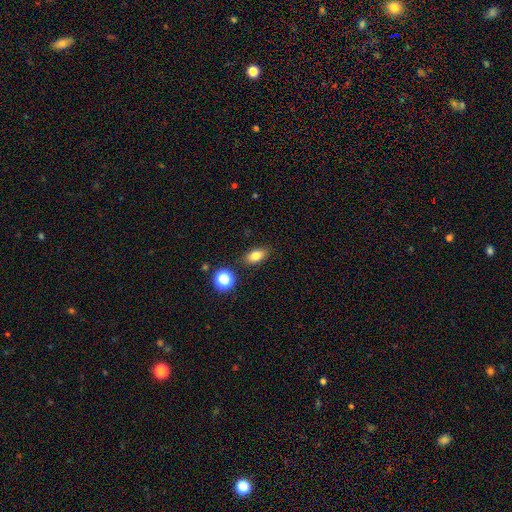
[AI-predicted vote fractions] Smooth or featured? Predicted: smooth (p=0.79). How rounded? Predicted: in between (p=0.84). Merging? Predicted: none (p=0.85).